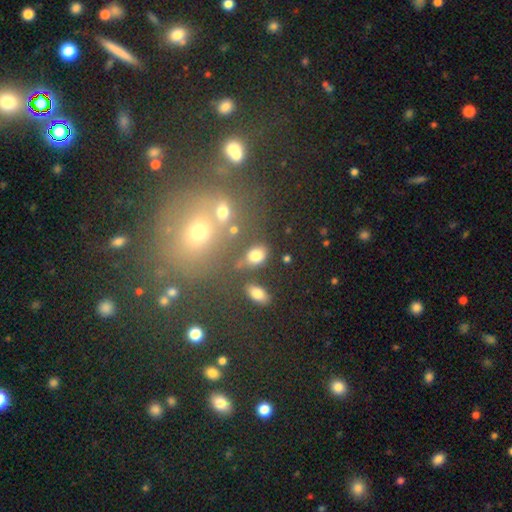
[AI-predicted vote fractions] The model was most divided on "how rounded": in between: 69%, round: 29%, cigar-shaped: 2%. More confident: smooth or featured — smooth (77%); merging — none (65%).